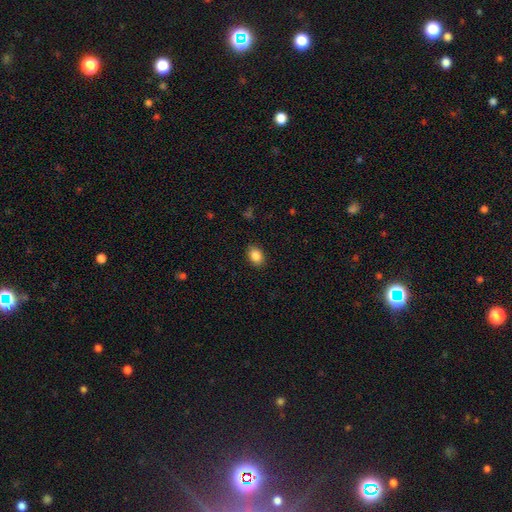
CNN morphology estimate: Smooth or featured?
  - smooth: 87% *
  - star or artifact: 8%
  - featured or disk: 5%
How rounded?
  - in between: 77% *
  - round: 22%
  - cigar-shaped: 1%
Merging?
  - none: 89% *
  - minor disturbance: 8%
  - major disturbance: 2%
  - merger: 1%